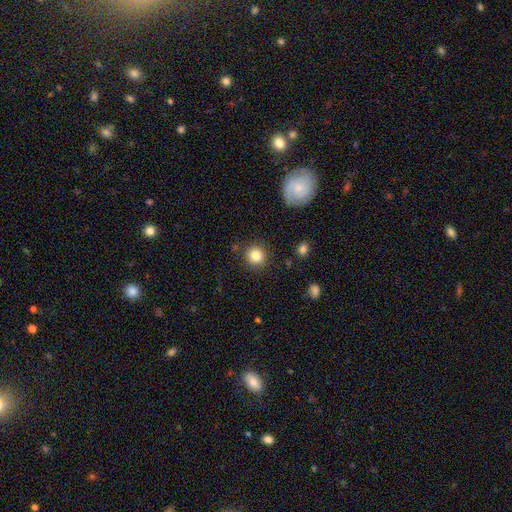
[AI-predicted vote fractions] Q: Smooth or featured?
A: smooth (84%); runner-up: star or artifact (10%)
Q: How rounded?
A: round (93%); runner-up: in between (6%)
Q: Merging?
A: none (88%); runner-up: minor disturbance (7%)